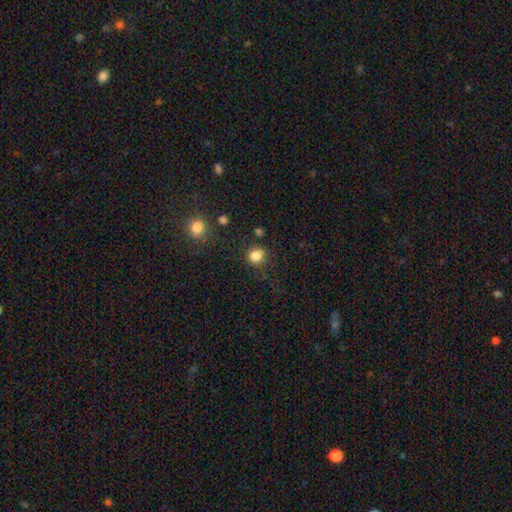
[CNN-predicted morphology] Smooth or featured: smooth — 84% (star or artifact — 12%)
How rounded: round — 82% (in between — 17%)
Merging: none — 80% (minor disturbance — 12%)